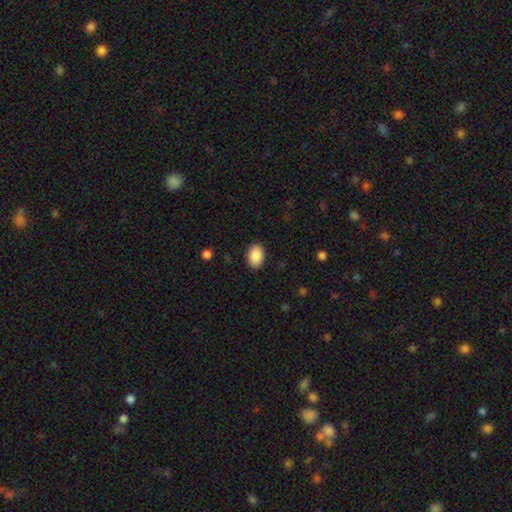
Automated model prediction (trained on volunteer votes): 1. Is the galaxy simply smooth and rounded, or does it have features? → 90% smooth, 7% star or artifact, 3% featured or disk.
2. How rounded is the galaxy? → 85% in between, 14% round, 1% cigar-shaped.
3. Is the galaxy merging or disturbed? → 89% none, 8% minor disturbance, 2% major disturbance, 1% merger.